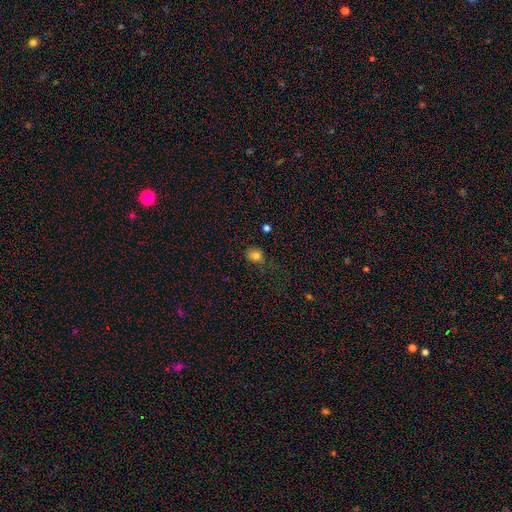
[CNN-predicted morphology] Smooth or featured: smooth — 79% (star or artifact — 13%)
How rounded: round — 60% (in between — 39%)
Merging: none — 63% (minor disturbance — 25%)